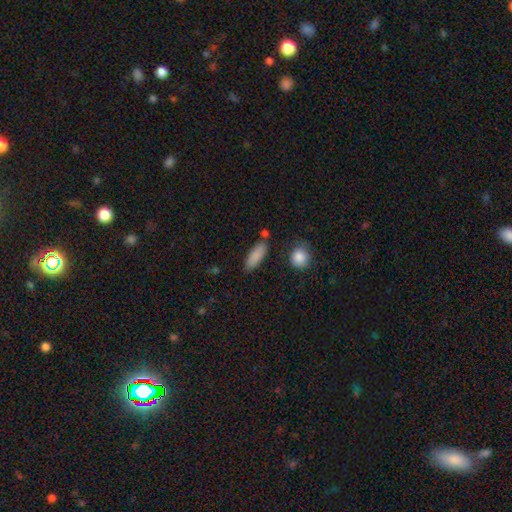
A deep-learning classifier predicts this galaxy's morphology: A smooth galaxy with no disk features (86%) that is in between round and cigar-shaped (65%).

Vote fractions:
- Smooth or featured? smooth: 86% / star or artifact: 7% / featured or disk: 6%
- How rounded? in between: 65% / cigar-shaped: 32% / round: 3%
- Merging? none: 78% / minor disturbance: 13% / merger: 6% / major disturbance: 3%